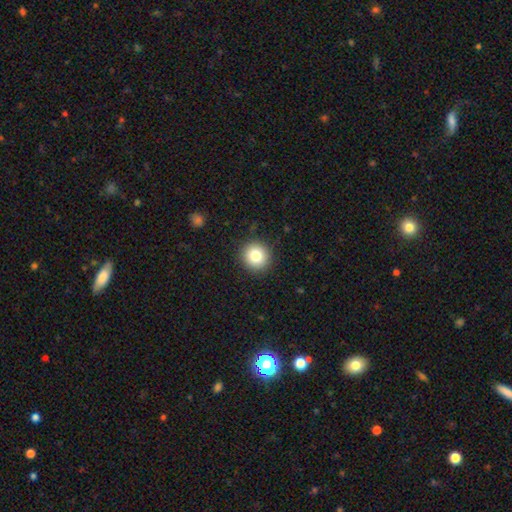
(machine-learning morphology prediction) smooth 81%, star or artifact 11%, featured or disk 9%. Down the decision tree: how rounded — round (94%); merging — none (91%).